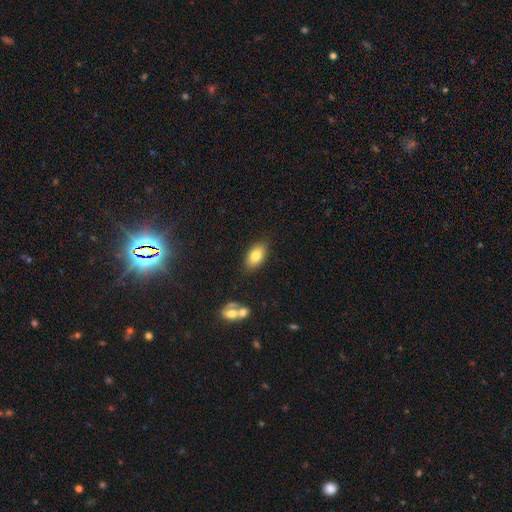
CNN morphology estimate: This appears to be a smooth galaxy with no disk features (80%) that is in between round and cigar-shaped (92%). Merging: none (83%).